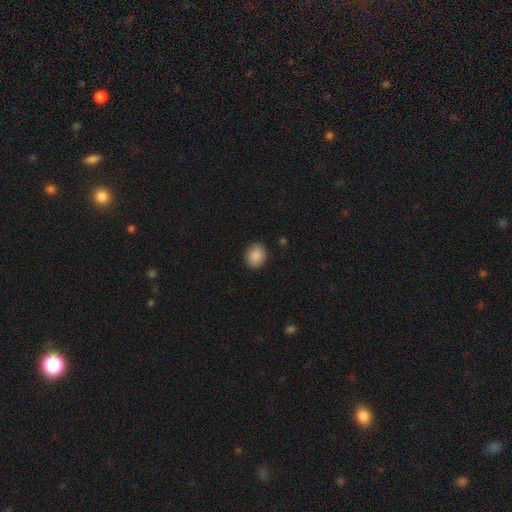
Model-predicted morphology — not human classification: Smooth or featured: smooth — 89% (star or artifact — 8%)
How rounded: round — 66% (in between — 33%)
Merging: none — 88% (minor disturbance — 9%)